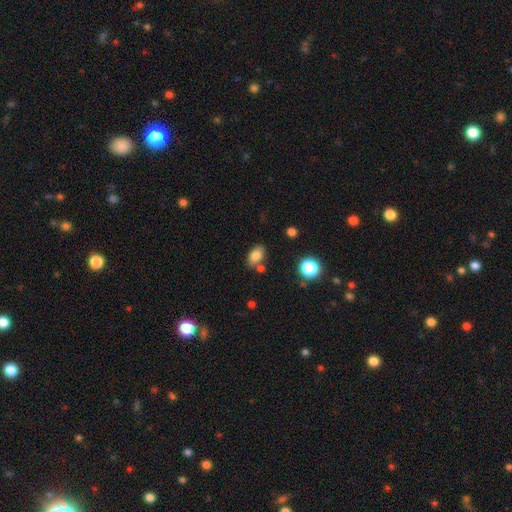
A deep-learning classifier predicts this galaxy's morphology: smooth 81%, star or artifact 10%, featured or disk 8%. Down the decision tree: how rounded — in between (86%); merging — none (71%).